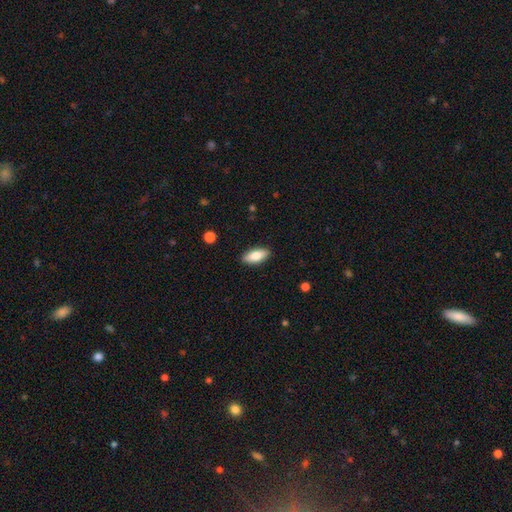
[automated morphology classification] Smooth or featured? Predicted: smooth (p=0.80). How rounded? Predicted: in between (p=0.84). Merging? Predicted: none (p=0.89).